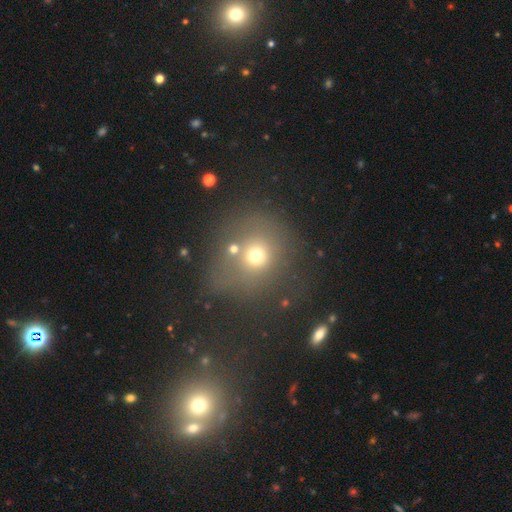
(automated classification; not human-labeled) Smooth or featured? smooth (65%)
How rounded? round (79%)
Merging? none (61%)